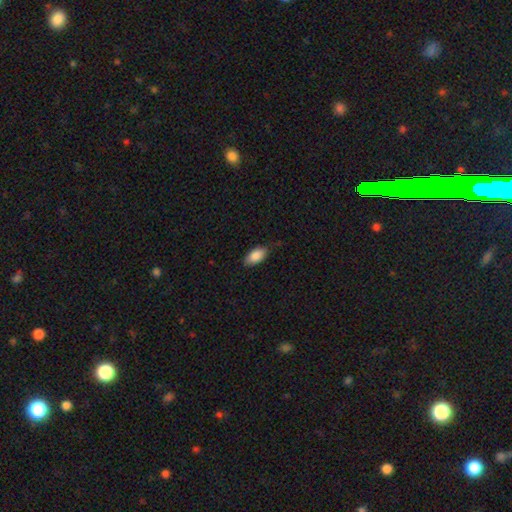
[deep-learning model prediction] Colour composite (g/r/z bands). It shows a smooth galaxy with no disk features (87%) that is in between round and cigar-shaped (93%). Merging: none (78%).